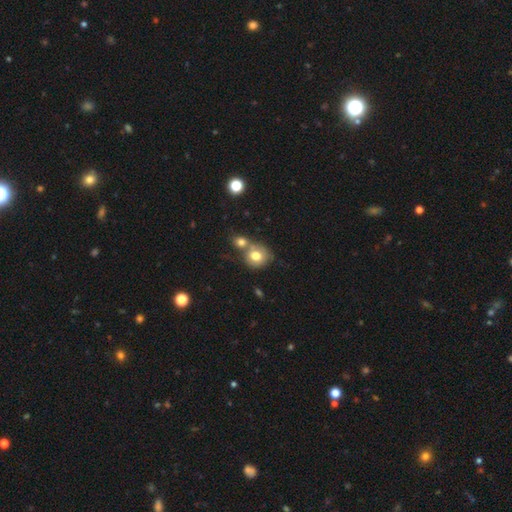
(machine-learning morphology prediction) This is likely a smooth galaxy (74%). How rounded: likely round (73%). Merging: marginally merger (44%).